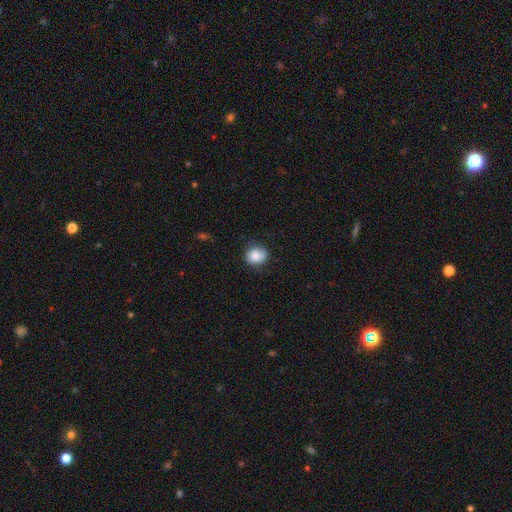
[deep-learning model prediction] Smooth or featured? smooth (83%)
How rounded? round (71%)
Merging? none (71%)